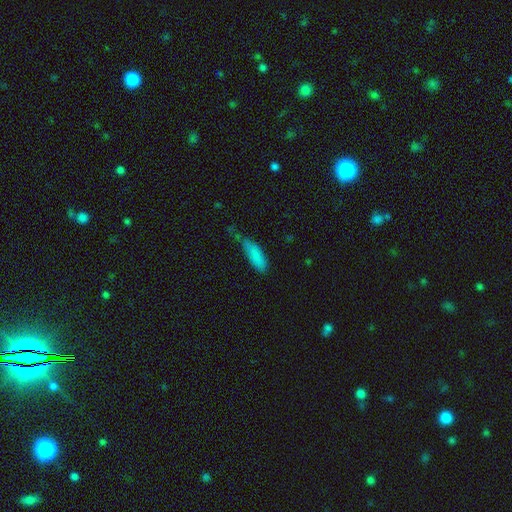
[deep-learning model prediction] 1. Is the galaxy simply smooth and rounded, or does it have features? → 84% smooth, 8% star or artifact, 8% featured or disk.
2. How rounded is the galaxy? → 57% in between, 41% cigar-shaped, 2% round.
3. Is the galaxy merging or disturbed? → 40% minor disturbance, 38% none, 16% major disturbance, 7% merger.